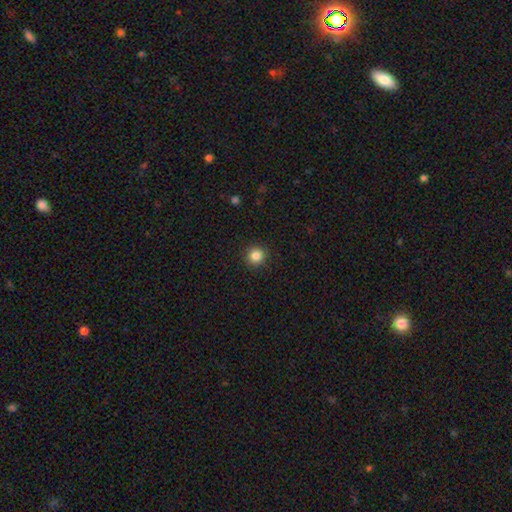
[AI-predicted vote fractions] smooth-or-featured: smooth: 85% | star or artifact: 11% | featured or disk: 4%
  how-rounded: round: 94% | in between: 6% | cigar-shaped: 1%
  merging: none: 92% | minor disturbance: 5% | major disturbance: 2% | merger: 1%